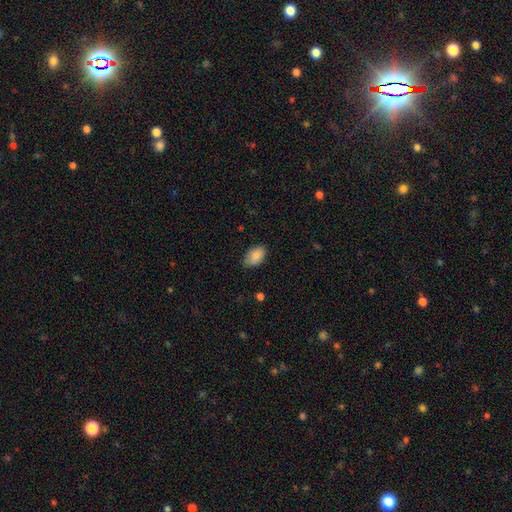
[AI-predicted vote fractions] This appears to be a smooth galaxy with no disk features (87%) that is in between round and cigar-shaped (91%). Merging: none (74%).